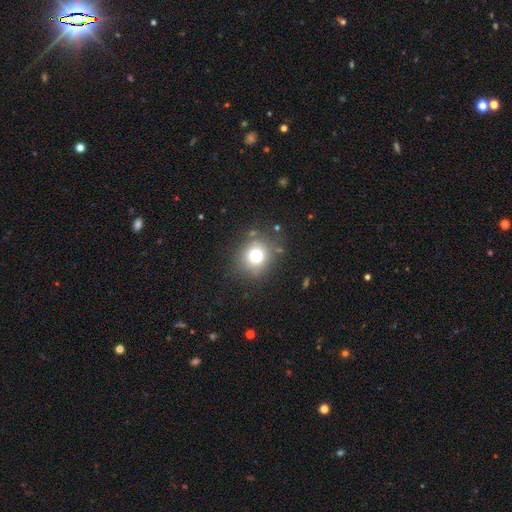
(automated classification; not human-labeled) The model was most divided on "smooth or featured": smooth: 76%, star or artifact: 13%, featured or disk: 11%. More confident: how rounded — round (83%); merging — none (79%).